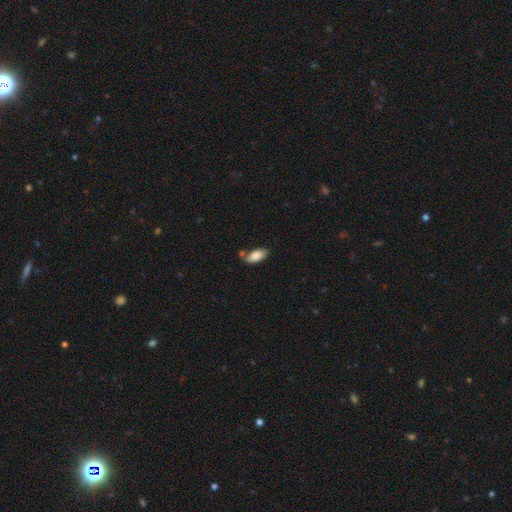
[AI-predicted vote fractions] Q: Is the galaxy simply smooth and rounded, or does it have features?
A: smooth — 85%.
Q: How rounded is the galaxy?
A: in between — 90%.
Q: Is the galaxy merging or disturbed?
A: none — 61%.